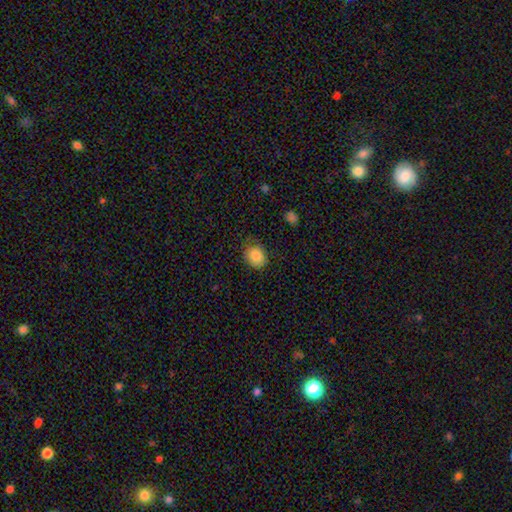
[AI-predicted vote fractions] Morphology: type=smooth (86%); roundness=round (57%); merging=none (74%).